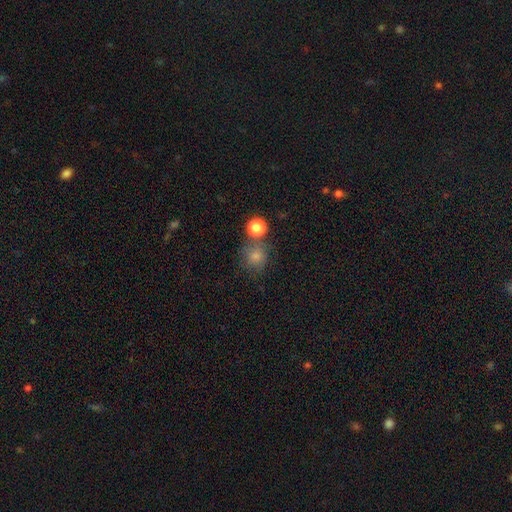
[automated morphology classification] This appears to be a smooth galaxy with no disk features (78%) that is round (87%). Merging: none (62%).